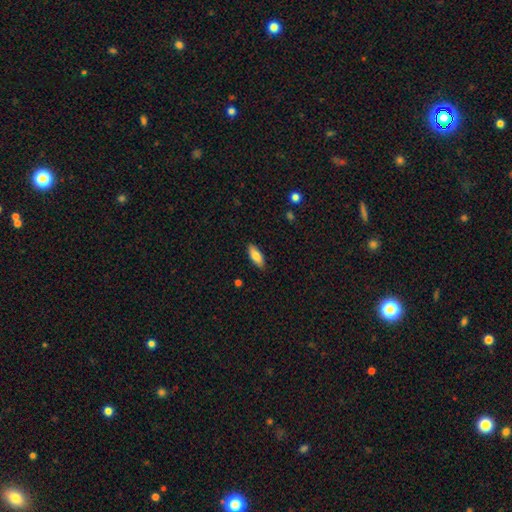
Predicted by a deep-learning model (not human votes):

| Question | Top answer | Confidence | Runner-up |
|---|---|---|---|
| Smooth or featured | smooth | 81% | featured or disk (13%) |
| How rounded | in between | 72% | cigar-shaped (26%) |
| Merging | none | 88% | minor disturbance (9%) |